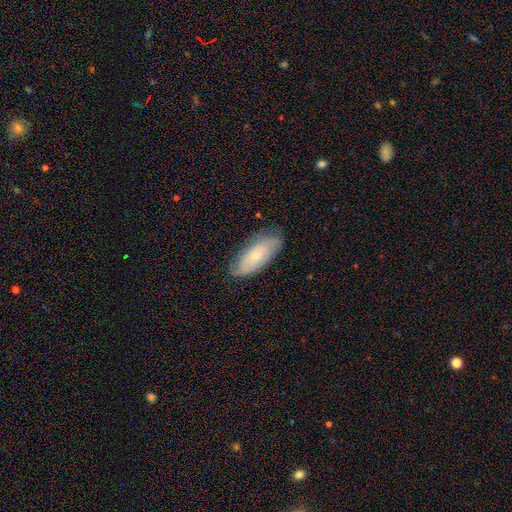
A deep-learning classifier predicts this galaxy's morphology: smooth 53%, featured or disk 40%, star or artifact 7%. Down the decision tree: how rounded — in between (82%); merging — none (73%).